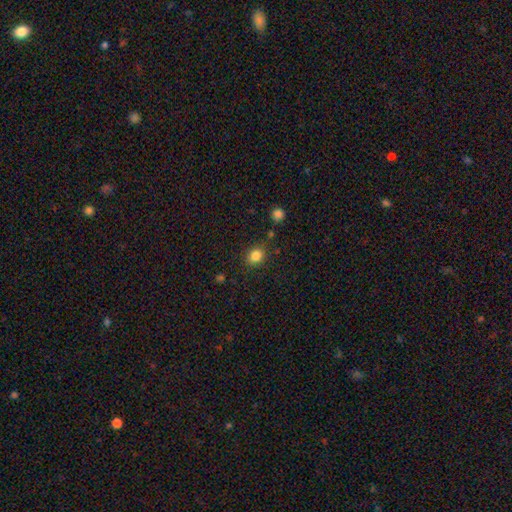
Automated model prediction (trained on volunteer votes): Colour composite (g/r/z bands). It shows a smooth galaxy with no disk features (84%) that is round (55%). Merging: none (81%).